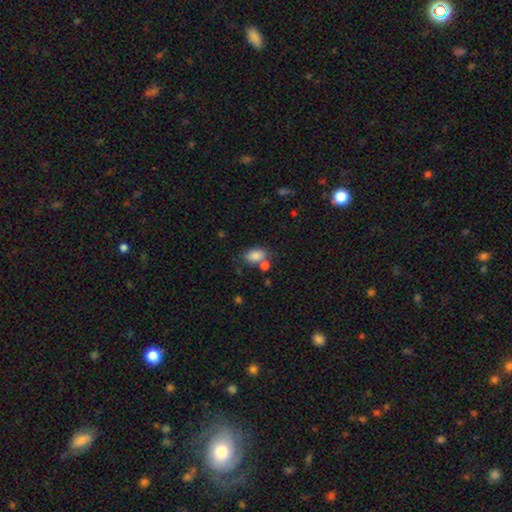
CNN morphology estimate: A smooth galaxy with no disk features (85%) that is in between round and cigar-shaped (85%).

Vote fractions:
- Smooth or featured? smooth: 85% / star or artifact: 9% / featured or disk: 6%
- How rounded? in between: 85% / round: 14% / cigar-shaped: 2%
- Merging? none: 59% / merger: 20% / minor disturbance: 15% / major disturbance: 6%